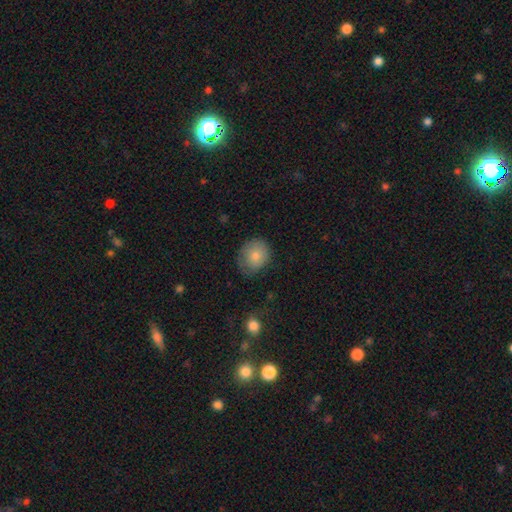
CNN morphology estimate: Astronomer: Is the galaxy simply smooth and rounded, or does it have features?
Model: smooth — 79%.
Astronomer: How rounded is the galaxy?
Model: round — 65%.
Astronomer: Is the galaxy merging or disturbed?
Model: none — 65%.